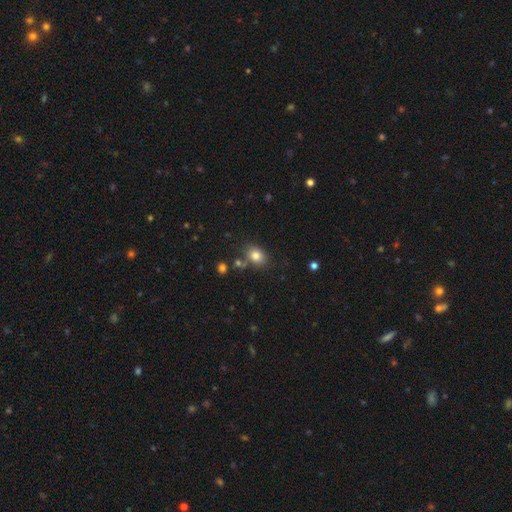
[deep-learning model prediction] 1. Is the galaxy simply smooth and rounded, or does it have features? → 80% smooth, 11% star or artifact, 9% featured or disk.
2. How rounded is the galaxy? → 61% in between, 38% round, 1% cigar-shaped.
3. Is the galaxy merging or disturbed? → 73% none, 14% minor disturbance, 9% merger, 4% major disturbance.